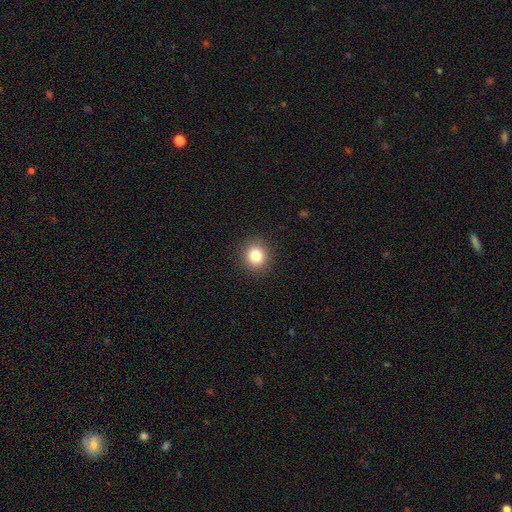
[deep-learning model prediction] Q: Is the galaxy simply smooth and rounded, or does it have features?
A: smooth — 83%.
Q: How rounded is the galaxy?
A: round — 89%.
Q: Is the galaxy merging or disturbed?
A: none — 91%.